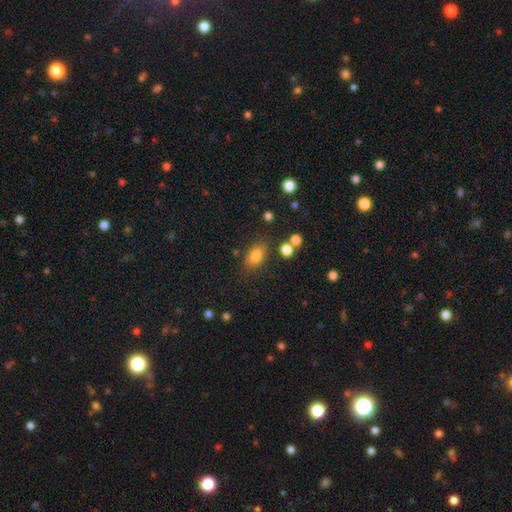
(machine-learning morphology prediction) Smooth or featured? smooth (80%)
How rounded? in between (81%)
Merging? none (75%)